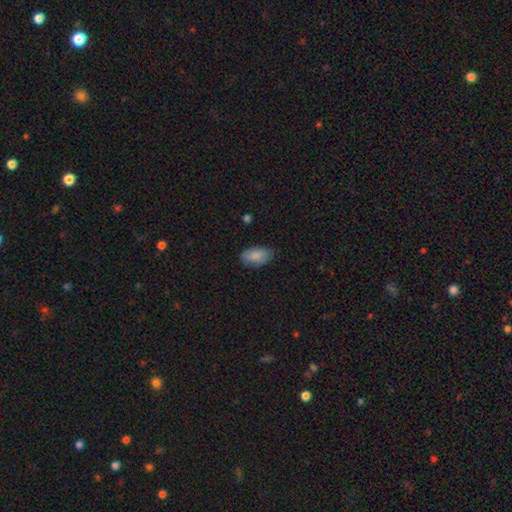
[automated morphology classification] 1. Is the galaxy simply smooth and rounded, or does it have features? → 83% smooth, 11% featured or disk, 7% star or artifact.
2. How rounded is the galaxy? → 94% in between, 4% round, 2% cigar-shaped.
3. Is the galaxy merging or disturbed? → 76% none, 19% minor disturbance, 4% major disturbance, 1% merger.